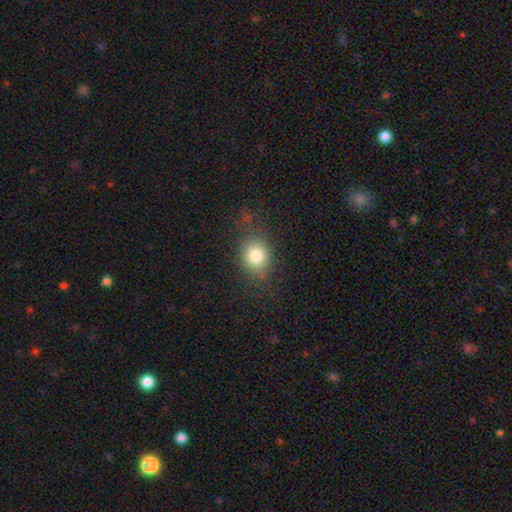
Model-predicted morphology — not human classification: smooth 80%, star or artifact 11%, featured or disk 9%. Down the decision tree: how rounded — round (58%); merging — none (74%).